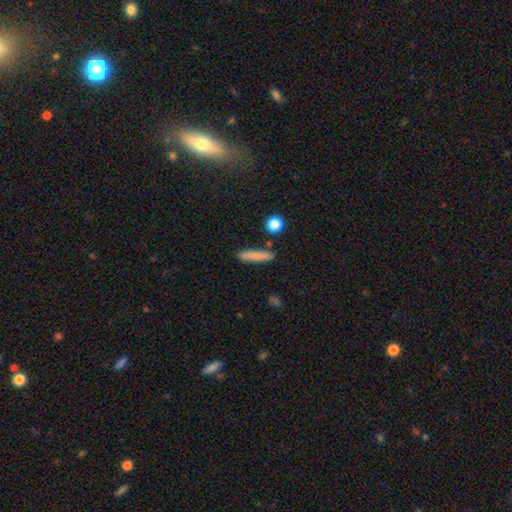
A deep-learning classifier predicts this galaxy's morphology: A smooth galaxy with no disk features (79%) that is cigar-shaped (86%). Merging: none (85%).